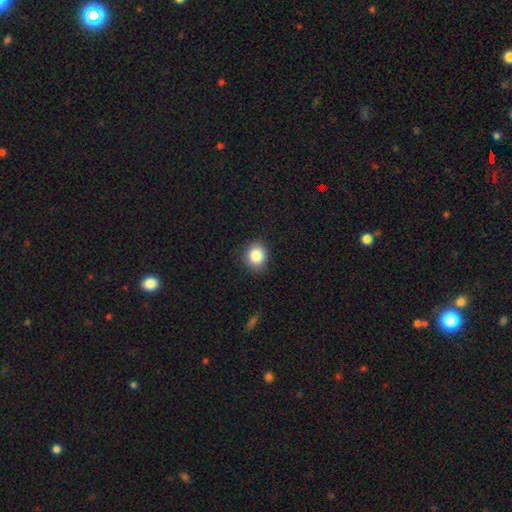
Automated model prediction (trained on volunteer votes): Smooth or featured? Predicted: smooth (p=0.85). How rounded? Predicted: round (p=0.73). Merging? Predicted: none (p=0.87).